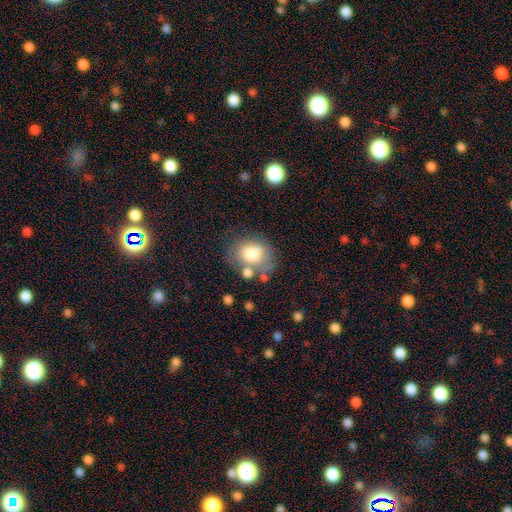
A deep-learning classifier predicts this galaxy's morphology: type=smooth (70%); roundness=in between (52%); merging=none (48%).